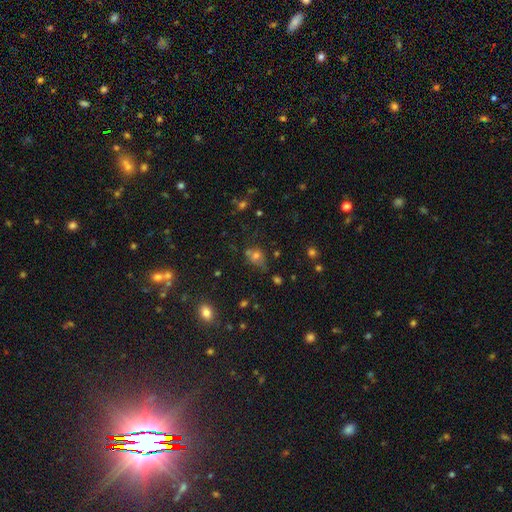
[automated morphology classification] smooth 63%, star or artifact 24%, featured or disk 13%. Down the decision tree: how rounded — round (58%); merging — none (48%).